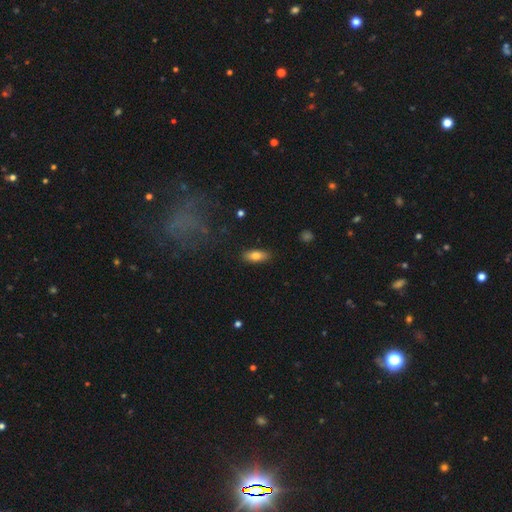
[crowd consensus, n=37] This appears to be a smooth galaxy with no disk features (84%) that is in between round and cigar-shaped (87%). Merging: none (79%).